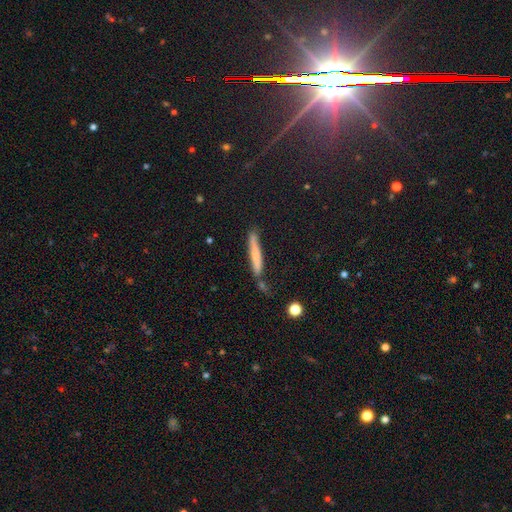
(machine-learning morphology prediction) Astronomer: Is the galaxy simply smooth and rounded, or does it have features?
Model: smooth — 60%.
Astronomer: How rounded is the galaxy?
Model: cigar-shaped — 94%.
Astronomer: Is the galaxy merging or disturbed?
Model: none — 72%.